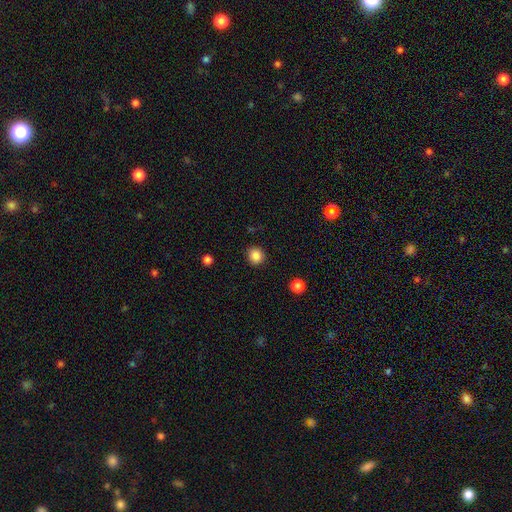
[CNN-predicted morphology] Q: Smooth or featured?
A: smooth (86%); runner-up: star or artifact (10%)
Q: How rounded?
A: round (90%); runner-up: in between (9%)
Q: Merging?
A: none (90%); runner-up: minor disturbance (6%)